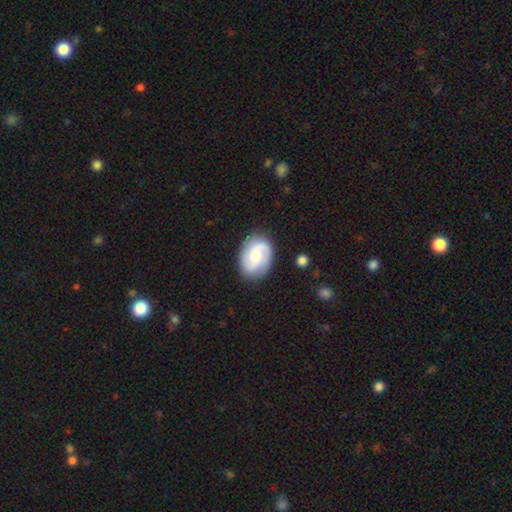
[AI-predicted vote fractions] Smooth or featured? featured or disk (73%)
Edge-on disk? no (97%)
Bar? no (53%)
Spiral arms? yes (95%)
Spiral winding? medium (45%)
Spiral arm count? 2 (78%)
Bulge size? moderate (49%)
Merging? none (81%)